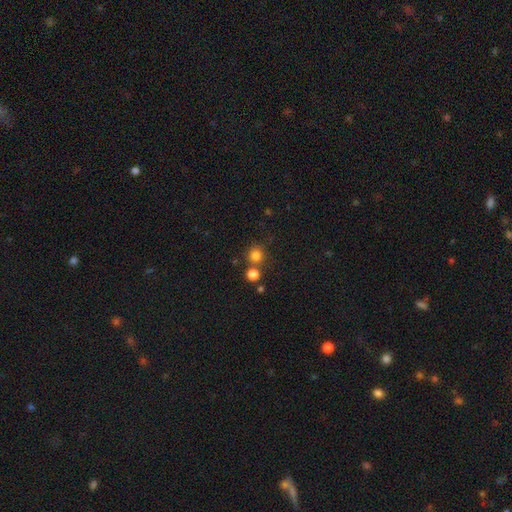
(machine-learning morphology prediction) This is likely a smooth galaxy (80%). How rounded: clearly round (92%). Merging: likely none (71%).